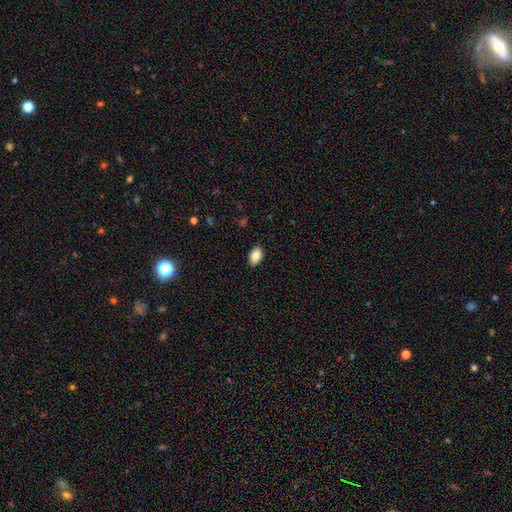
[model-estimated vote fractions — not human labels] Overall: smooth (85%). How rounded: in between (91%). Merging: none (88%).